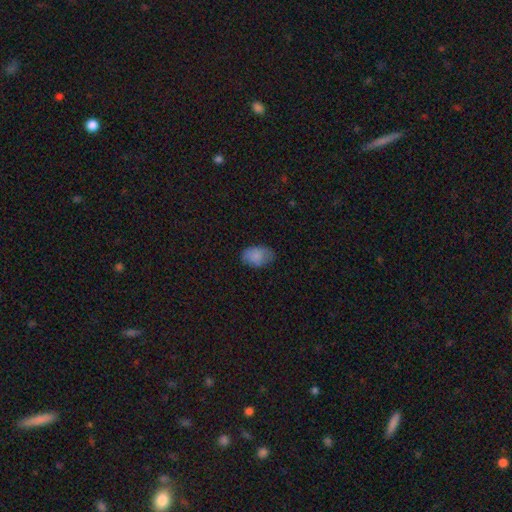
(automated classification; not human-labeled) smooth_or_featured: smooth (p=0.84) [alt: featured or disk p=0.08]
how_rounded: in between (p=0.88) [alt: round p=0.11]
merging: none (p=0.73) [alt: minor disturbance p=0.21]